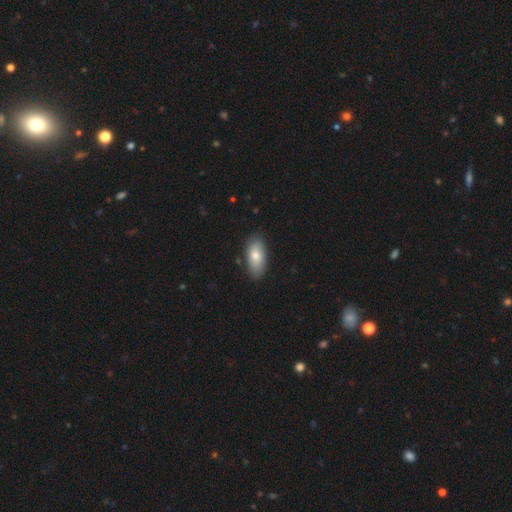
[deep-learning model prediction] Smooth or featured?
  - smooth: 77% *
  - featured or disk: 17%
  - star or artifact: 6%
How rounded?
  - in between: 91% *
  - cigar-shaped: 6%
  - round: 3%
Merging?
  - none: 83% *
  - minor disturbance: 13%
  - major disturbance: 2%
  - merger: 1%